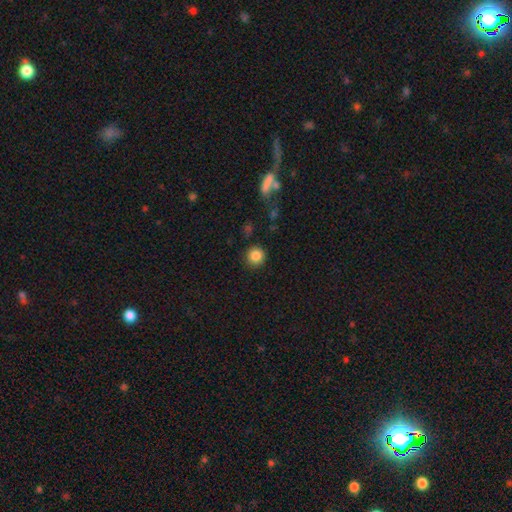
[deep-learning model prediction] smooth-or-featured: smooth: 85% | star or artifact: 10% | featured or disk: 5%
  how-rounded: round: 94% | in between: 5% | cigar-shaped: 1%
  merging: none: 89% | minor disturbance: 7% | major disturbance: 2% | merger: 2%